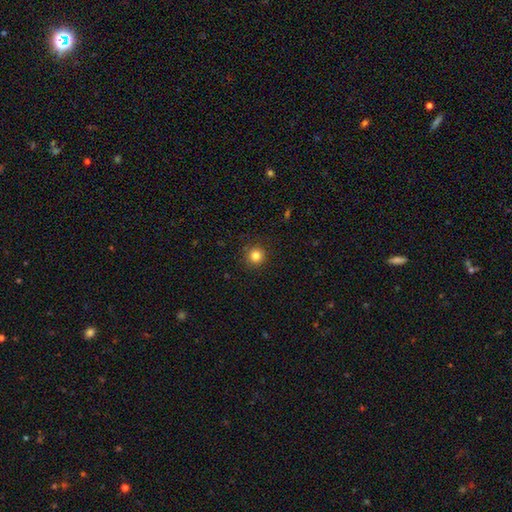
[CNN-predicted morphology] smooth-or-featured: smooth: 82% | star or artifact: 13% | featured or disk: 6%
  how-rounded: round: 95% | in between: 4% | cigar-shaped: 1%
  merging: none: 91% | minor disturbance: 6% | major disturbance: 2% | merger: 1%